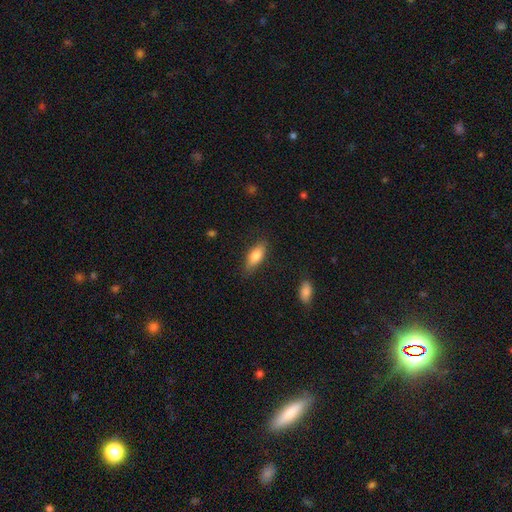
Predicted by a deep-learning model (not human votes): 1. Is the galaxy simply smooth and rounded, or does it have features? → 81% smooth, 12% featured or disk, 6% star or artifact.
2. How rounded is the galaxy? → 76% in between, 22% cigar-shaped, 3% round.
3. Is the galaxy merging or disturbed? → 81% none, 14% minor disturbance, 4% major disturbance, 2% merger.